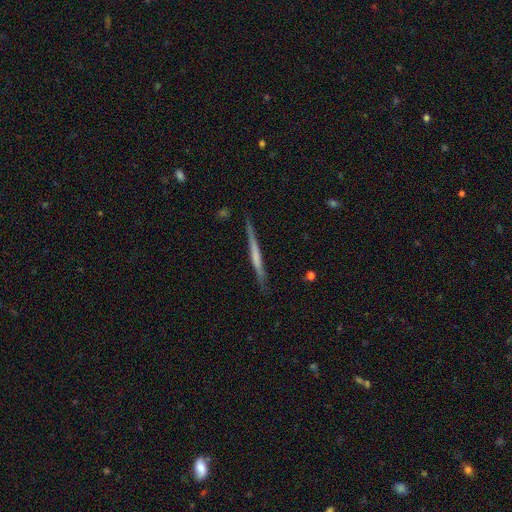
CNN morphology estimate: This appears to be a featured or disk galaxy (57%) viewed edge-on (97%) with no central bulge (70%). Merging: none (85%).